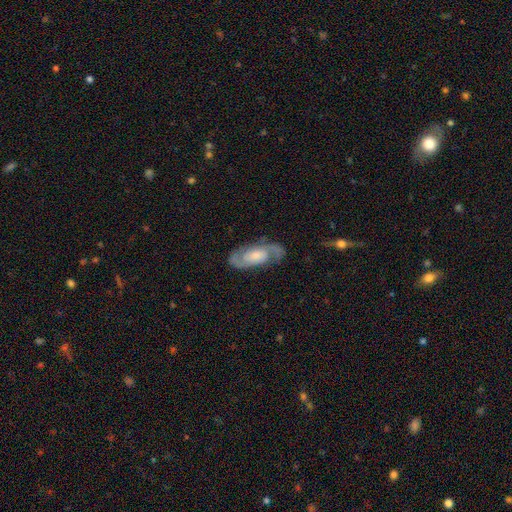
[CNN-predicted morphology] featured or disk 85%, smooth 10%, star or artifact 5%. Down the decision tree: edge-on disk — no (95%); bar — no (56%); spiral arms — yes (96%); spiral arm count — 2 (91%); spiral winding — medium (49%); bulge size — small (38%, tied with moderate); merging — none (78%).